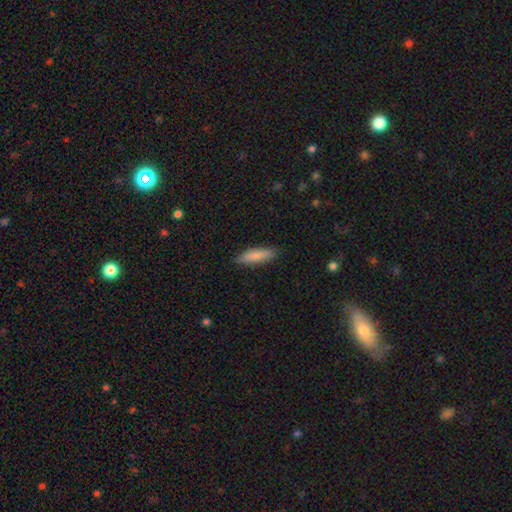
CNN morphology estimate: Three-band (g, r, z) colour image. It shows a smooth galaxy with no disk features (84%) that is cigar-shaped (64%). Merging: none (86%).